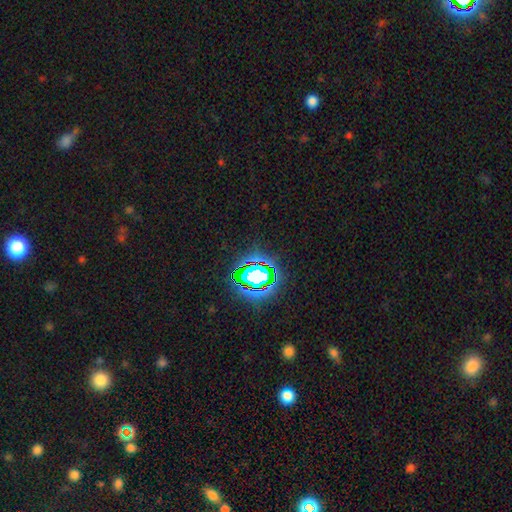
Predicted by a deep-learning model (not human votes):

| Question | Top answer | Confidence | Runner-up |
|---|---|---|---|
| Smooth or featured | star or artifact | 80% | smooth (13%) |